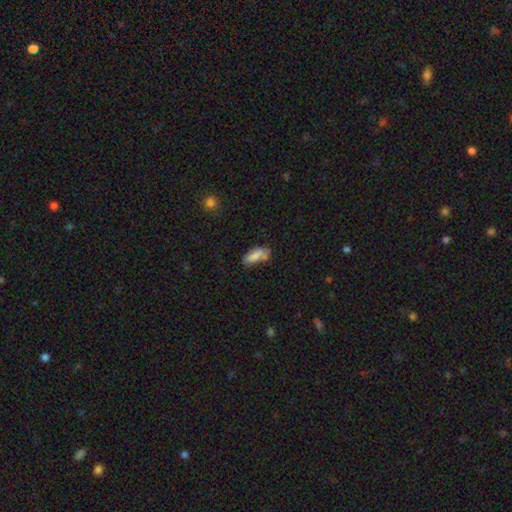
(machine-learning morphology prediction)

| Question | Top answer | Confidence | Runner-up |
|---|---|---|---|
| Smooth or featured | smooth | 79% | featured or disk (12%) |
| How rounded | in between | 82% | cigar-shaped (15%) |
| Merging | none | 50% | minor disturbance (29%) |